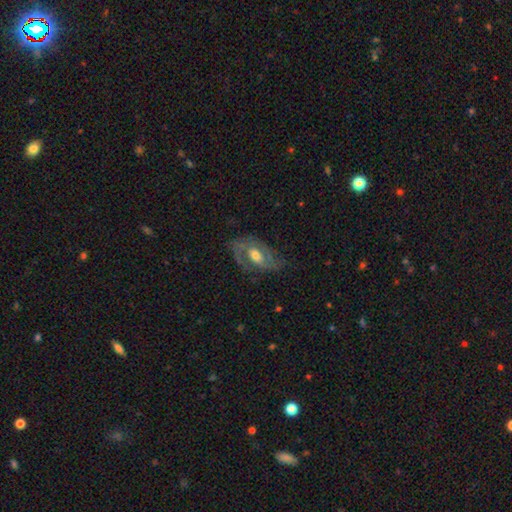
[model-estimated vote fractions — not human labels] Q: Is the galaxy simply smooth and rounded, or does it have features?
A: featured or disk — 75%.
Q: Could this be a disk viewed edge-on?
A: no — 94%.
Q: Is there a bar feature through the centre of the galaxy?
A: no — 49%.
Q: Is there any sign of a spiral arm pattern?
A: yes — 83%.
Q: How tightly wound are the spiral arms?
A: medium — 47%.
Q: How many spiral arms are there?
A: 2 — 66%.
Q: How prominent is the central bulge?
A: moderate — 65%.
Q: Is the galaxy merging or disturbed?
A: none — 63%.